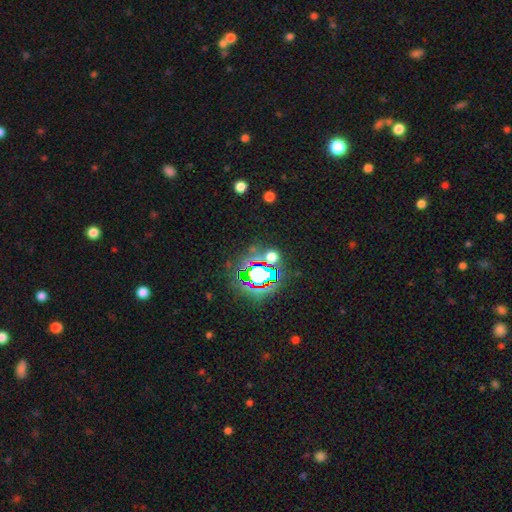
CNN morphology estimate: This is clearly a star or artifact rather than a galaxy (81%).